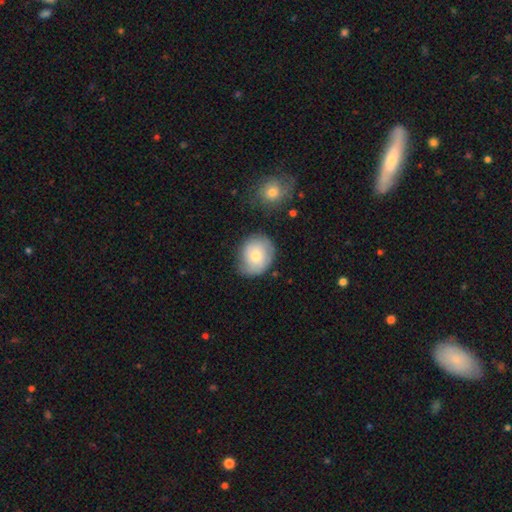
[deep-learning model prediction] Smooth or featured: smooth — 71% (featured or disk — 22%)
How rounded: round — 66% (in between — 33%)
Merging: none — 65% (minor disturbance — 25%)